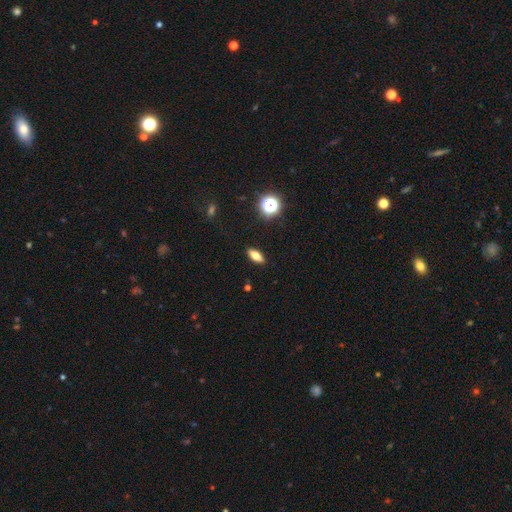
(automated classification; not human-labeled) Smooth or featured: smooth — 67% (featured or disk — 20%)
How rounded: in between — 72% (cigar-shaped — 23%)
Merging: none — 89% (minor disturbance — 8%)